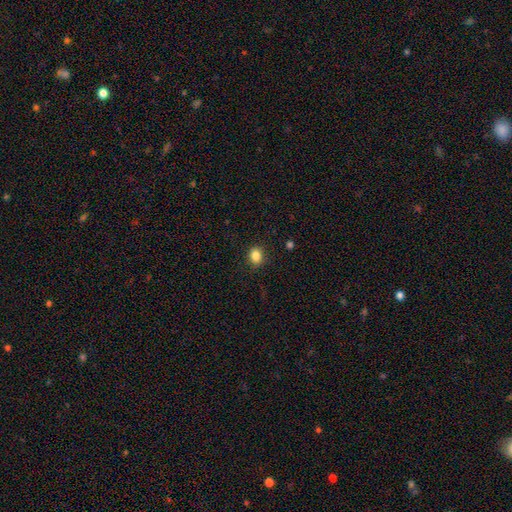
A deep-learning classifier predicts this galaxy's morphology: The model was most divided on "how rounded": round: 54%, in between: 45%, cigar-shaped: 1%. More confident: merging — none (88%); smooth or featured — smooth (85%).